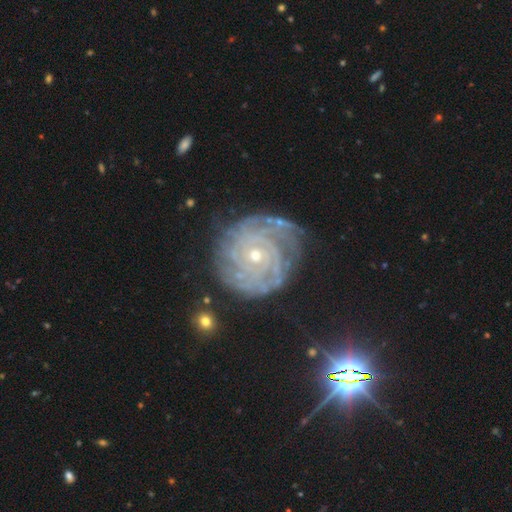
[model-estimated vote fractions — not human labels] Q: Smooth or featured?
A: featured or disk (87%); runner-up: star or artifact (7%)
Q: Edge-on disk?
A: no (97%); runner-up: yes (3%)
Q: Bar?
A: no (79%); runner-up: weak (15%)
Q: Spiral arms?
A: yes (97%); runner-up: no (3%)
Q: Spiral winding?
A: tight (84%); runner-up: medium (13%)
Q: Spiral arm count?
A: can't tell (30%); runner-up: 4 (18%)
Q: Bulge size?
A: small (61%); runner-up: moderate (36%)
Q: Merging?
A: none (74%); runner-up: minor disturbance (17%)